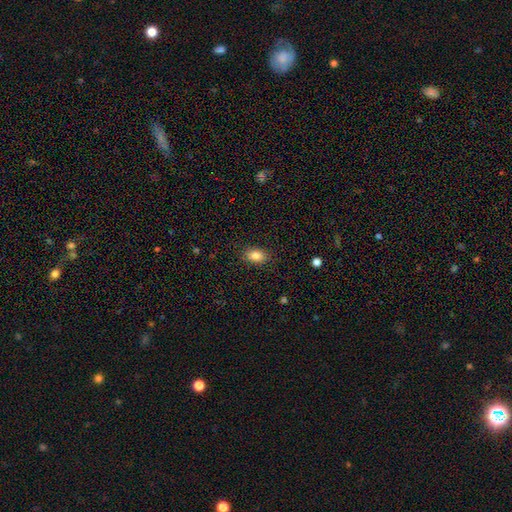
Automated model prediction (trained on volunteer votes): This appears to be a smooth galaxy with no disk features (85%) that is in between round and cigar-shaped (84%). Merging: none (87%).